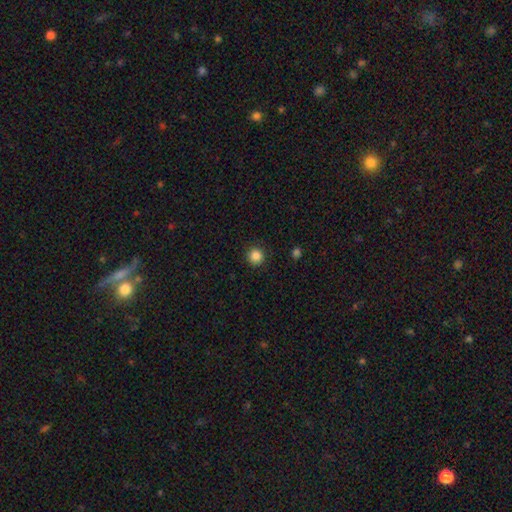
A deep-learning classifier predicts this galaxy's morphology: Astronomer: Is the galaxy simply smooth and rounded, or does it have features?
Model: smooth — 86%.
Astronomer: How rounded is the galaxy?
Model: round — 94%.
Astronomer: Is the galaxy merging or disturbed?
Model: none — 91%.